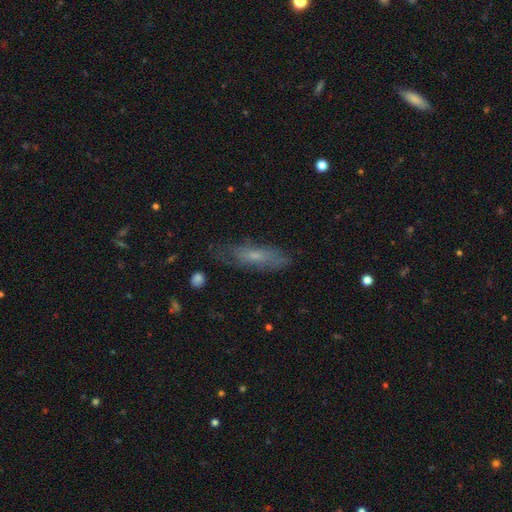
Volunteers were most divided on "how rounded" (2-way tie): in between: 50%, cigar-shaped: 50%, round: 0%. More confident: merging — none (73%); smooth or featured — smooth (50%).